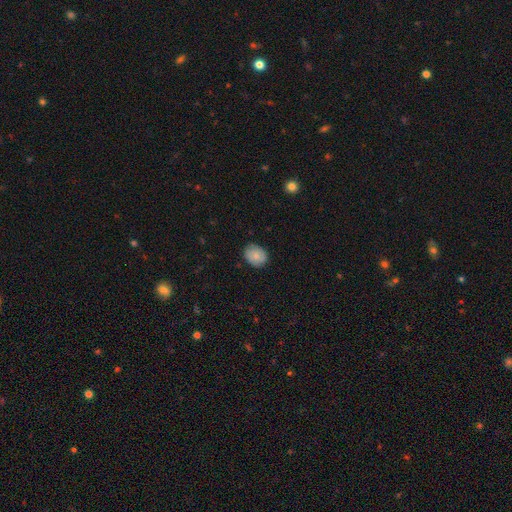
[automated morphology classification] Smooth or featured?
  - smooth: 77% *
  - featured or disk: 15%
  - star or artifact: 7%
How rounded?
  - in between: 51% *
  - round: 48%
  - cigar-shaped: 1%
Merging?
  - none: 81% *
  - minor disturbance: 16%
  - major disturbance: 3%
  - merger: 1%